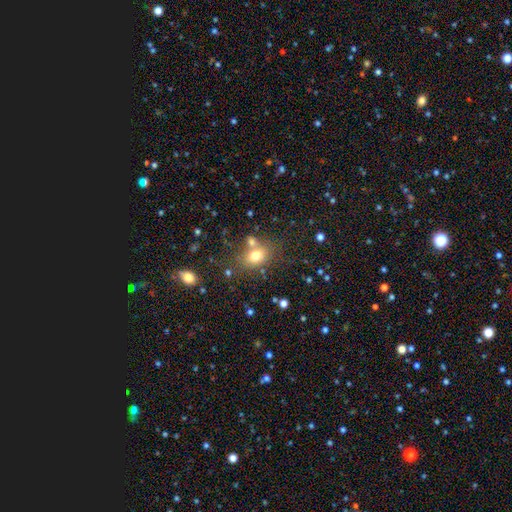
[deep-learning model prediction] This appears to be a smooth galaxy with no disk features (74%) that is in between round and cigar-shaped (58%). Merging: none (61%).